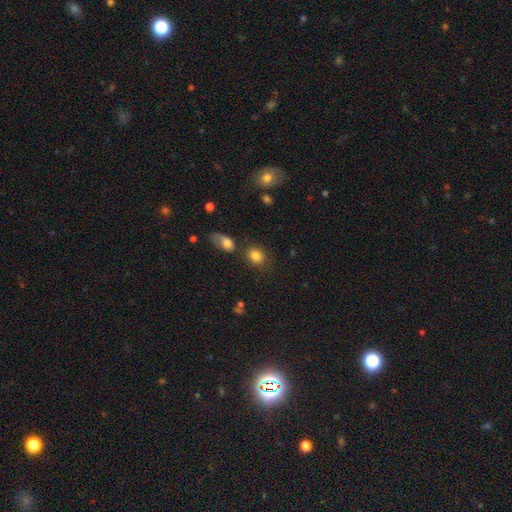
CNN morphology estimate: Q: Smooth or featured?
A: smooth (82%); runner-up: star or artifact (11%)
Q: How rounded?
A: round (62%); runner-up: in between (37%)
Q: Merging?
A: none (69%); runner-up: minor disturbance (13%)